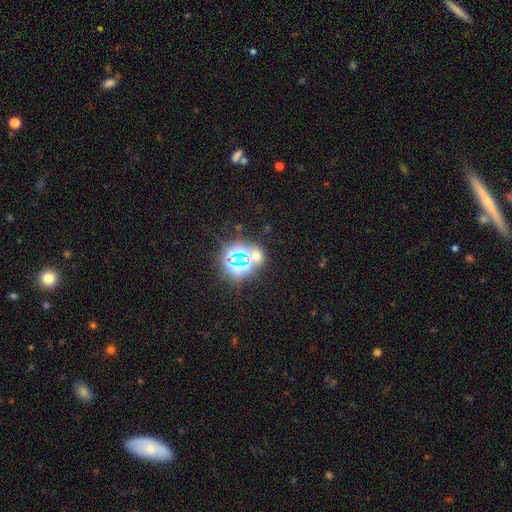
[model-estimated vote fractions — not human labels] Smooth or featured?
  - star or artifact: 62% *
  - smooth: 30%
  - featured or disk: 8%